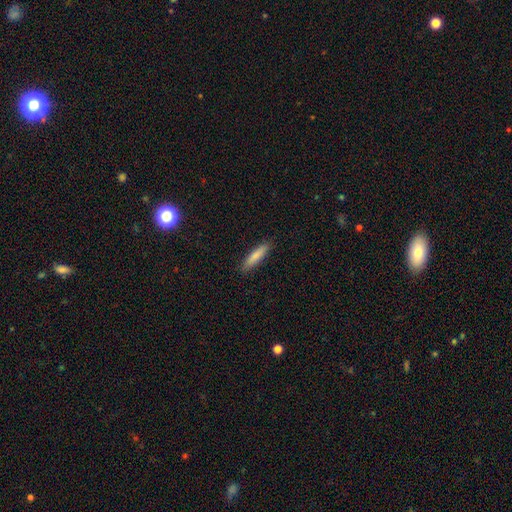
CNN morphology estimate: Smooth or featured: smooth — 83% (featured or disk — 12%)
How rounded: cigar-shaped — 81% (in between — 17%)
Merging: none — 89% (minor disturbance — 8%)